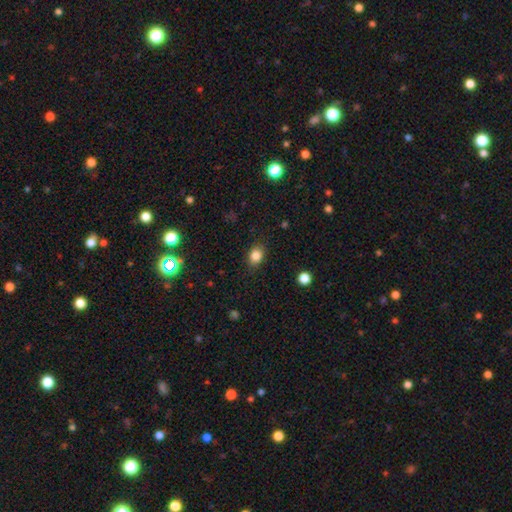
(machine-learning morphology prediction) The model was most divided on "how rounded": in between: 64%, round: 35%, cigar-shaped: 1%. More confident: merging — none (85%); smooth or featured — smooth (84%).